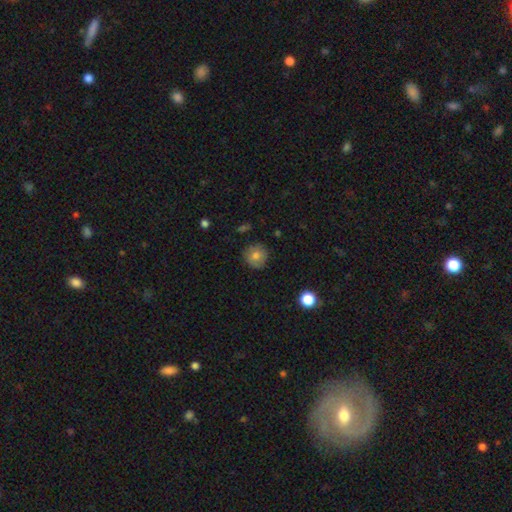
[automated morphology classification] This appears to be a smooth galaxy with no disk features (78%) that is round (93%). Merging: none (85%).